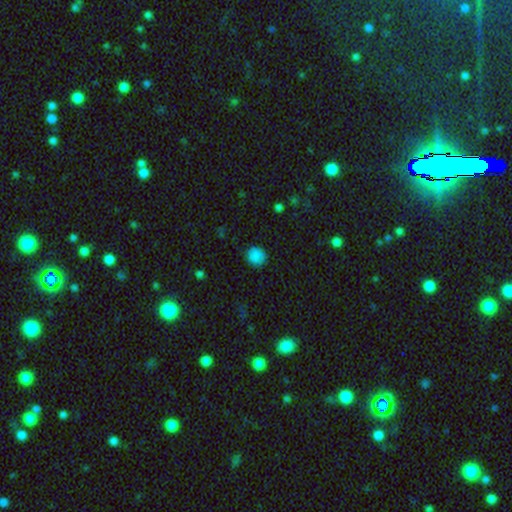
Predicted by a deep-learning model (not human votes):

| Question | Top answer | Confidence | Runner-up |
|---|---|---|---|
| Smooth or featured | smooth | 86% | star or artifact (11%) |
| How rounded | round | 88% | in between (11%) |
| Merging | none | 88% | minor disturbance (9%) |